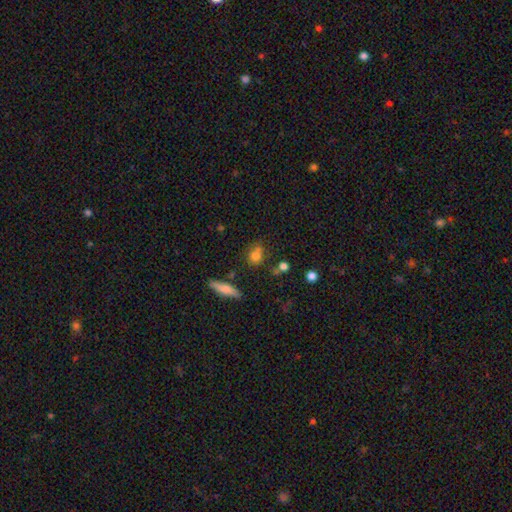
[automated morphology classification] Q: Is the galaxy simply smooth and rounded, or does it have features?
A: smooth — 78%.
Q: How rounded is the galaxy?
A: in between — 58%.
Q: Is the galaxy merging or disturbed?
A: none — 62%.